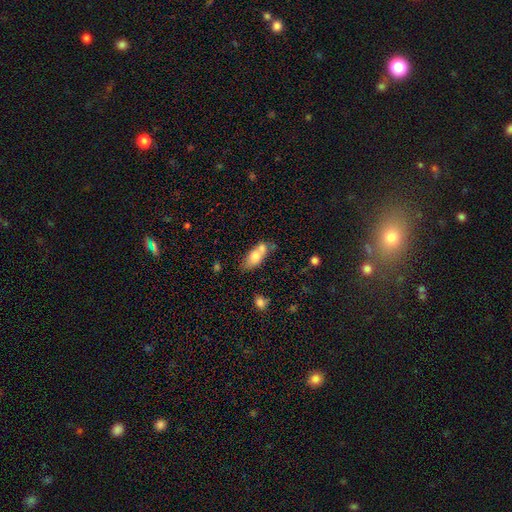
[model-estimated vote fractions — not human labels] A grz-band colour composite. It shows a smooth galaxy with no disk features (68%) that is in between round and cigar-shaped (76%). Merging: merger (43%).